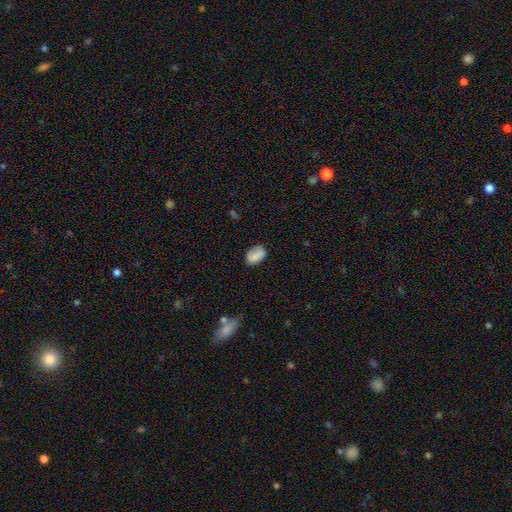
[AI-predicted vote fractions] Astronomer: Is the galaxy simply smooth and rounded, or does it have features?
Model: smooth — 78%.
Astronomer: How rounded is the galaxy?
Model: in between — 87%.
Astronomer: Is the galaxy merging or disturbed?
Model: none — 71%.